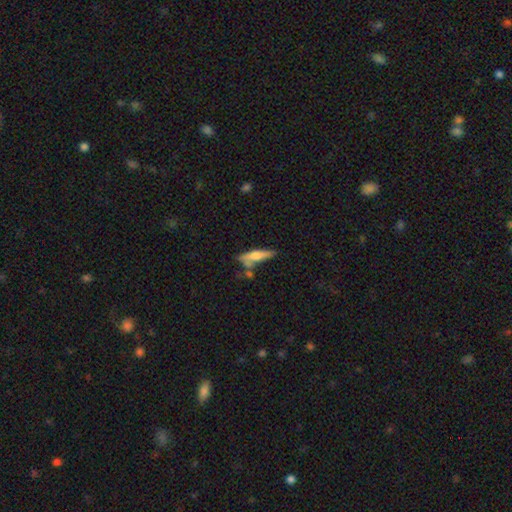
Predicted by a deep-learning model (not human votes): Morphology: type=smooth (53%); roundness=cigar-shaped (74%); merging=none (51%).